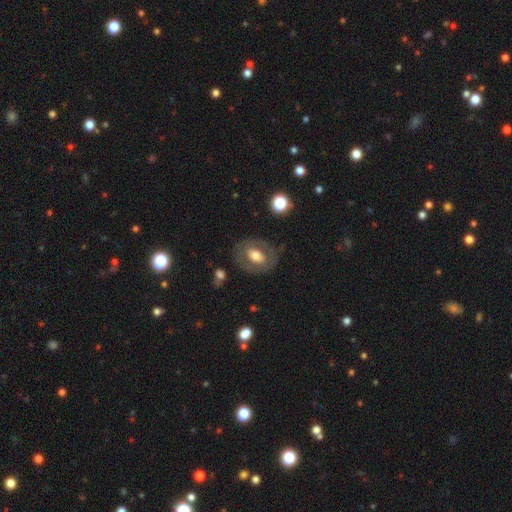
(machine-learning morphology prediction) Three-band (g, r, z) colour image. It shows a smooth galaxy with no disk features (51%) that is in between round and cigar-shaped (70%). Merging: none (77%).